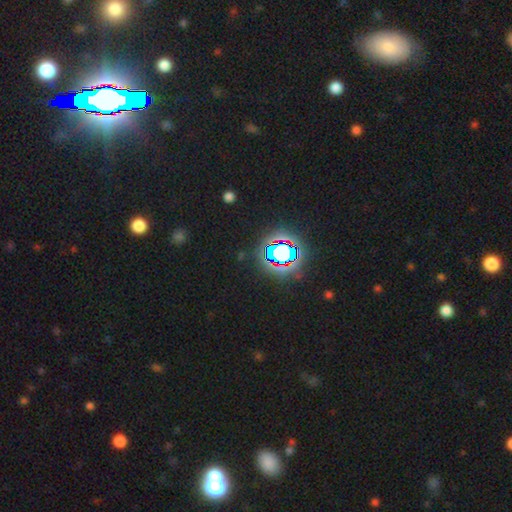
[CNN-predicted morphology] A star or artifact, not a galaxy (78%).

Vote fractions:
- Smooth or featured? star or artifact: 78% / smooth: 14% / featured or disk: 8%